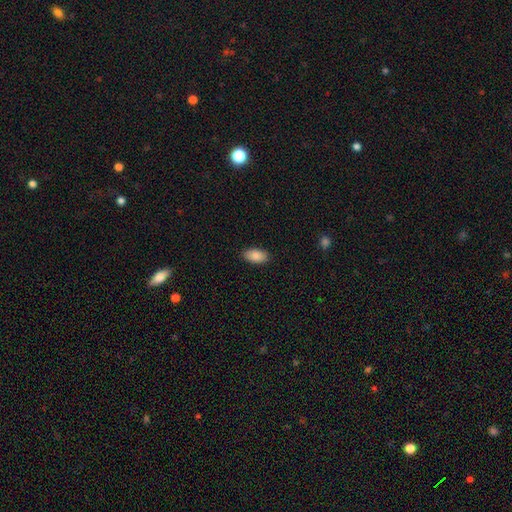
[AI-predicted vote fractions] smooth 88%, star or artifact 7%, featured or disk 5%. Down the decision tree: how rounded — in between (94%); merging — none (87%).